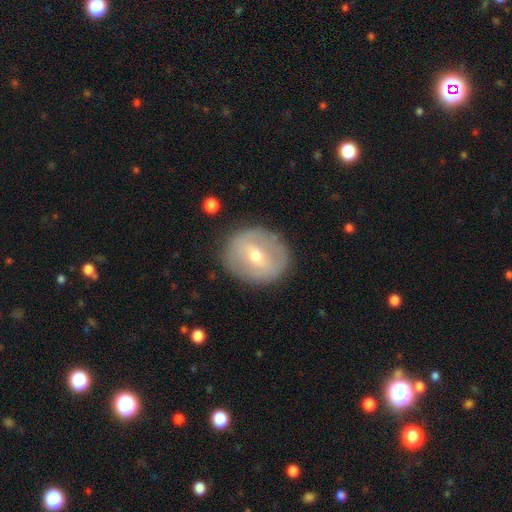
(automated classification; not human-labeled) Smooth or featured? Predicted: featured or disk (p=0.55). Edge-on disk? Predicted: no (p=0.93). Bar? Predicted: weak (p=0.48). Spiral arms? Predicted: no (p=0.67). Bulge size? Predicted: moderate (p=0.55). Merging? Predicted: none (p=0.83).